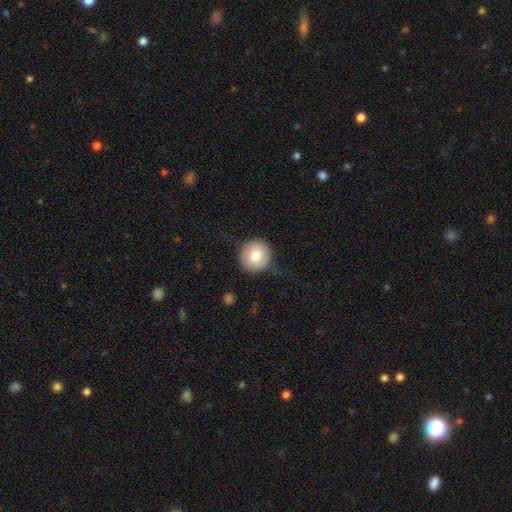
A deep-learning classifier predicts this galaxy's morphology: Smooth or featured? Predicted: smooth (p=0.82). How rounded? Predicted: round (p=0.92). Merging? Predicted: none (p=0.81).